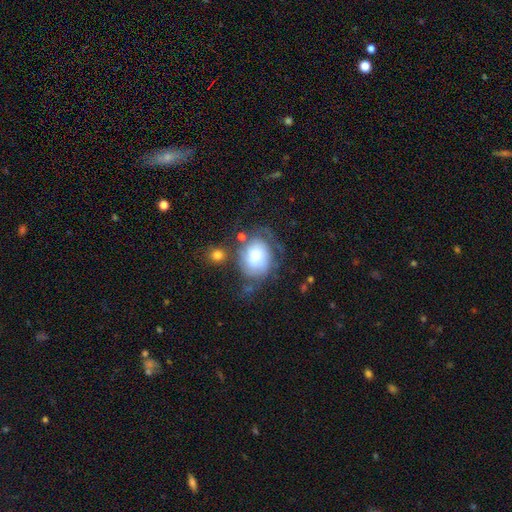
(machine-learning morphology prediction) The model was most divided on "smooth or featured": featured or disk: 48%, smooth: 42%, star or artifact: 9%. Remaining: merging — none (44%).